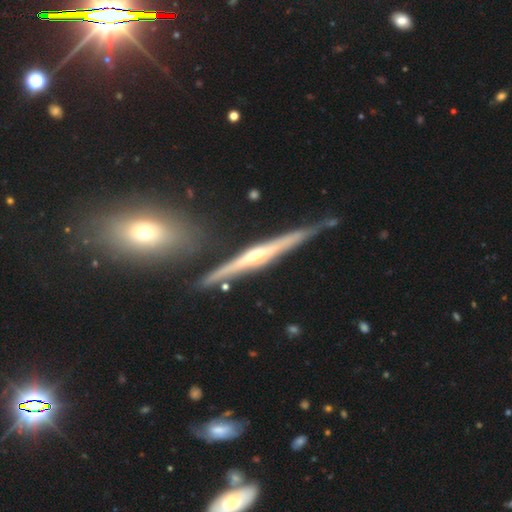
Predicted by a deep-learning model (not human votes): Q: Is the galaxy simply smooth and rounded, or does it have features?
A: featured or disk — 82%.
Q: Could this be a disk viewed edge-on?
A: yes — 97%.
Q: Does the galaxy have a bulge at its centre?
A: rounded — 72%.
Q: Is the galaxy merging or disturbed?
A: none — 83%.